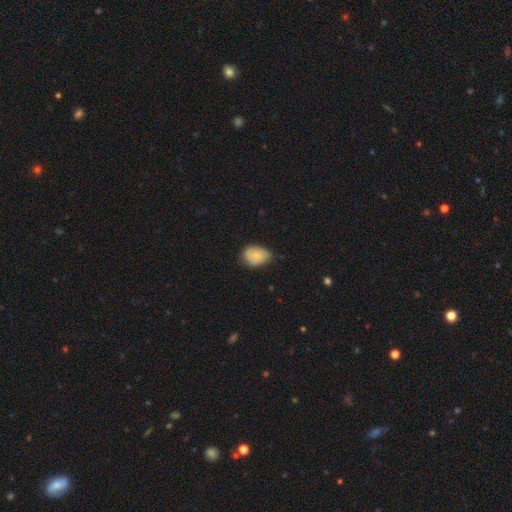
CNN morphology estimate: This appears to be a smooth galaxy with no disk features (73%) that is in between round and cigar-shaped (69%). Merging: none (51%).